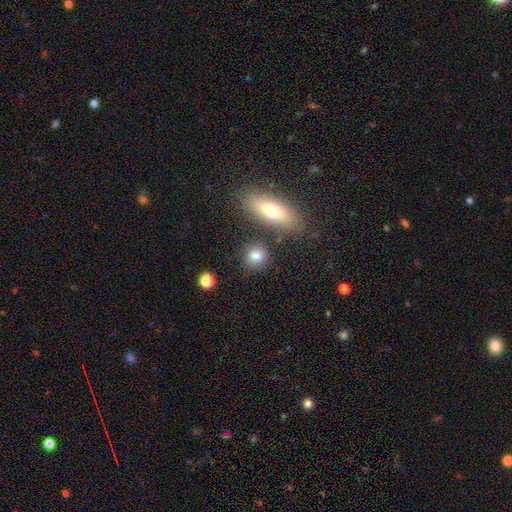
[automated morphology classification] Smooth or featured: smooth — 81% (star or artifact — 10%)
How rounded: round — 76% (in between — 21%)
Merging: none — 78% (minor disturbance — 10%)